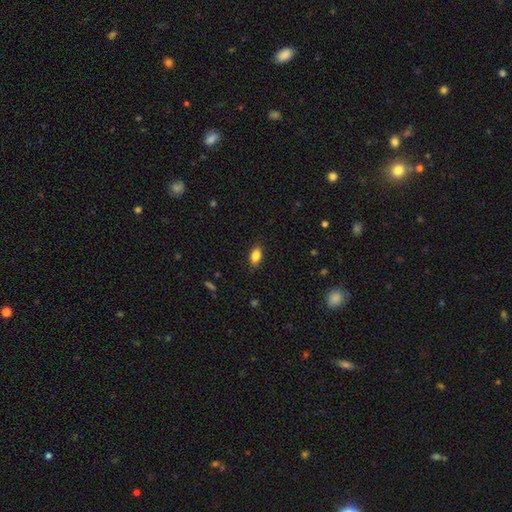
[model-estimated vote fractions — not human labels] Q: Smooth or featured?
A: smooth (85%); runner-up: star or artifact (9%)
Q: How rounded?
A: in between (87%); runner-up: round (10%)
Q: Merging?
A: none (85%); runner-up: minor disturbance (11%)